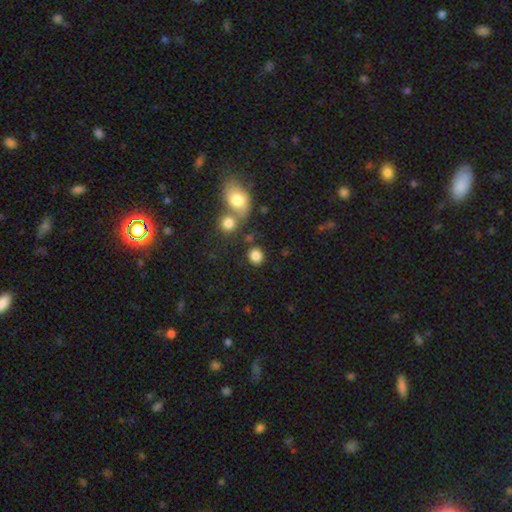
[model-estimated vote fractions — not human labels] Q: Smooth or featured?
A: smooth (85%); runner-up: star or artifact (10%)
Q: How rounded?
A: round (73%); runner-up: in between (26%)
Q: Merging?
A: none (76%); runner-up: merger (11%)